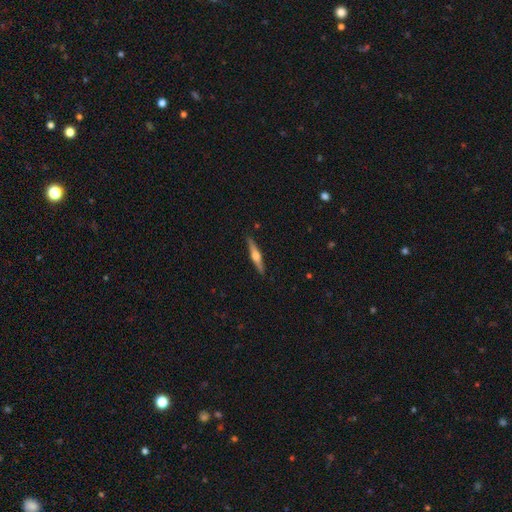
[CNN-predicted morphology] The model was most divided on "smooth or featured": featured or disk: 69%, smooth: 25%, star or artifact: 6%. More confident: edge-on disk — yes (98%); edge-on bulge — rounded (90%); merging — none (90%).